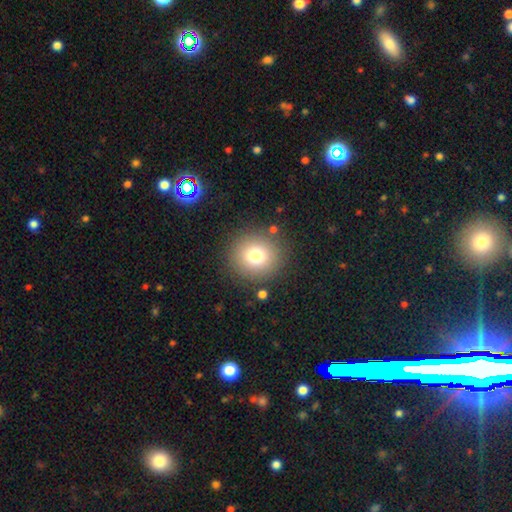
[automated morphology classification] Smooth or featured? Predicted: smooth (p=0.76). How rounded? Predicted: round (p=0.91). Merging? Predicted: none (p=0.87).